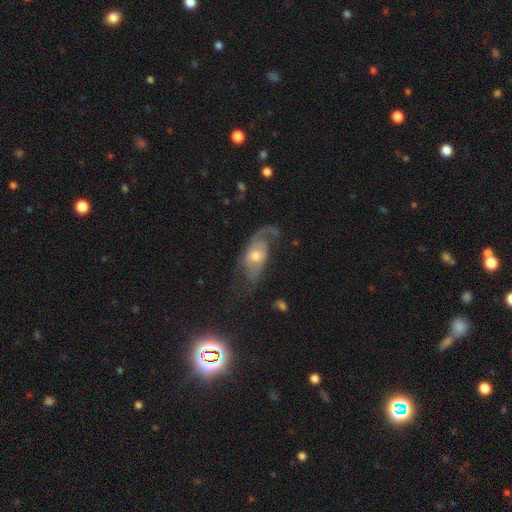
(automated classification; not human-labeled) This is likely a featured or disk galaxy (68%). It is clearly not viewed edge-on (91%). Bar: likely no (74%). Spiral arm pattern: likely yes (79%). Central bulge: likely moderate (62%). Merging: marginally none (40%).